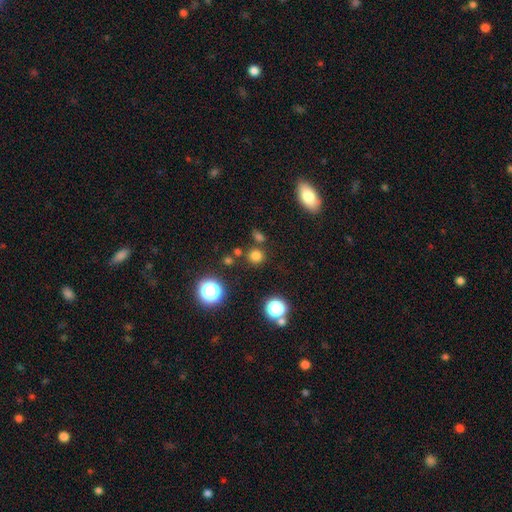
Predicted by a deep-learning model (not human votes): Overall: smooth (74%). How rounded: round (91%). Merging: none (80%).